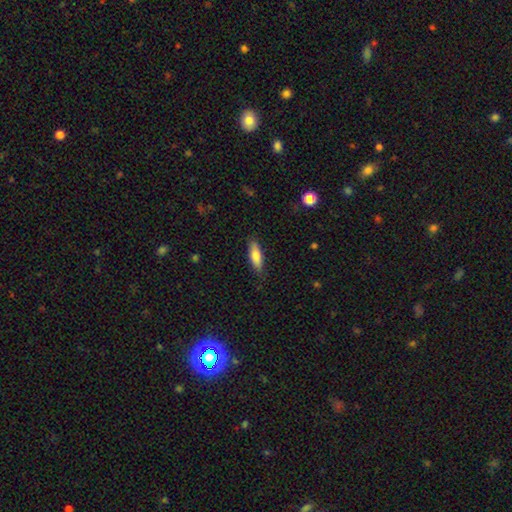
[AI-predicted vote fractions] Overall: smooth (77%). How rounded: in between (54%; cigar-shaped 45%). Merging: none (84%).